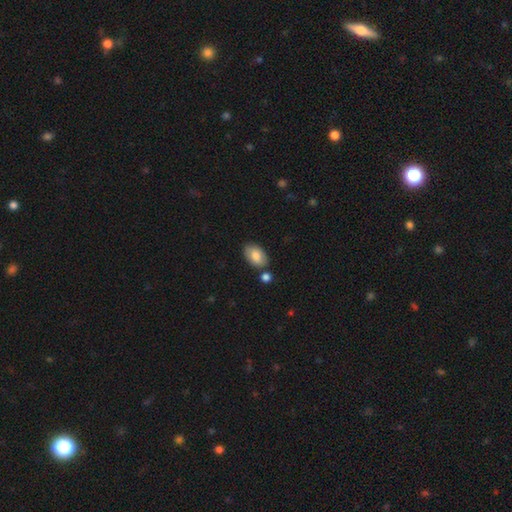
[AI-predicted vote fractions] smooth_or_featured: smooth (p=0.83) [alt: featured or disk p=0.11]
how_rounded: in between (p=0.93) [alt: round p=0.06]
merging: none (p=0.77) [alt: minor disturbance p=0.13]